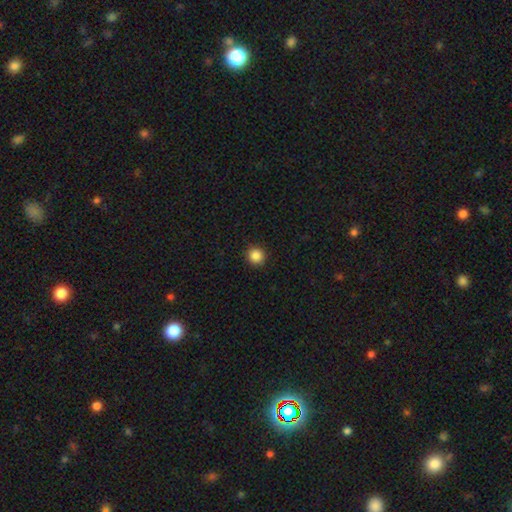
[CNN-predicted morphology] smooth 87%, star or artifact 10%, featured or disk 3%. Down the decision tree: how rounded — round (94%); merging — none (93%).